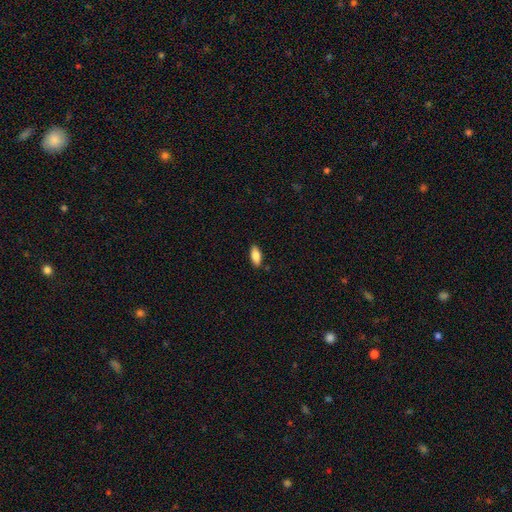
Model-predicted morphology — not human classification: Smooth or featured: smooth — 85% (featured or disk — 9%)
How rounded: in between — 83% (cigar-shaped — 15%)
Merging: none — 88% (minor disturbance — 9%)